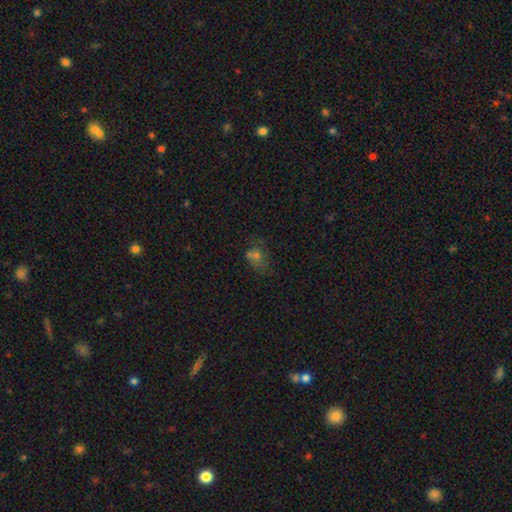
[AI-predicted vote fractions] Morphology: type=smooth (49%); merging=none (43%).